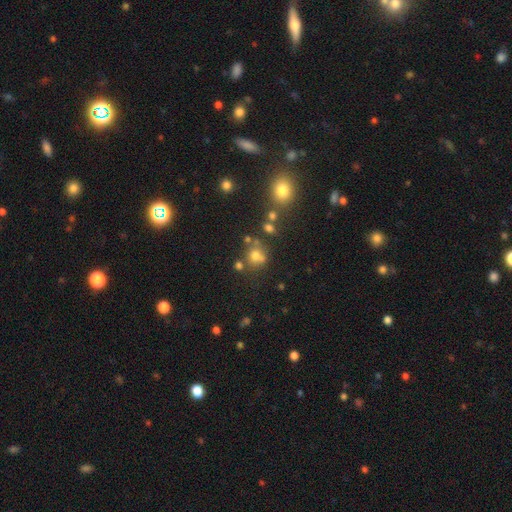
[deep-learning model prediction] Smooth or featured? smooth (67%)
How rounded? round (78%)
Merging? none (54%)